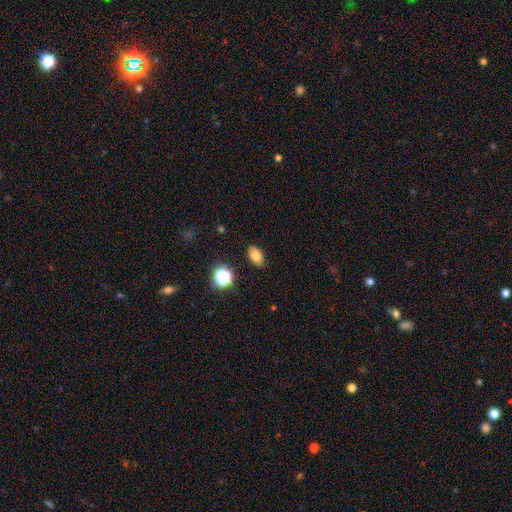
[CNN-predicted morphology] Smooth or featured?
  - smooth: 80% *
  - star or artifact: 13%
  - featured or disk: 8%
How rounded?
  - in between: 87% *
  - round: 11%
  - cigar-shaped: 2%
Merging?
  - none: 86% *
  - minor disturbance: 10%
  - major disturbance: 2%
  - merger: 2%